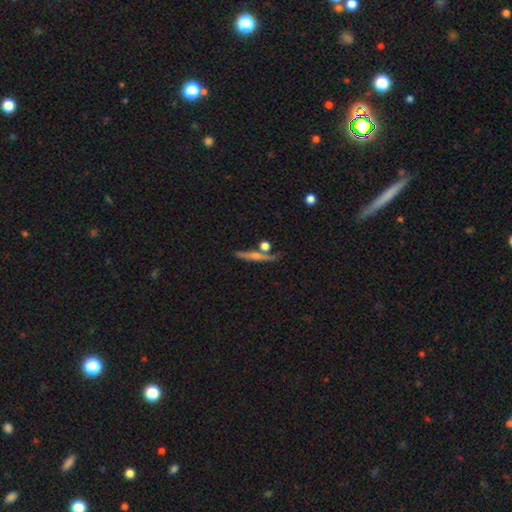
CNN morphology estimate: Smooth or featured? Predicted: featured or disk (p=0.59). Edge-on disk? Predicted: yes (p=0.93). Edge-on bulge? Predicted: rounded (p=0.66). Merging? Predicted: none (p=0.76).